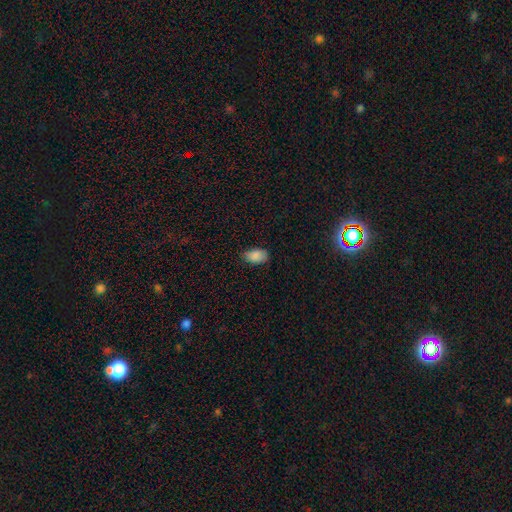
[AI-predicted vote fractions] Smooth or featured: smooth — 87% (star or artifact — 8%)
How rounded: in between — 91% (round — 7%)
Merging: none — 77% (minor disturbance — 19%)